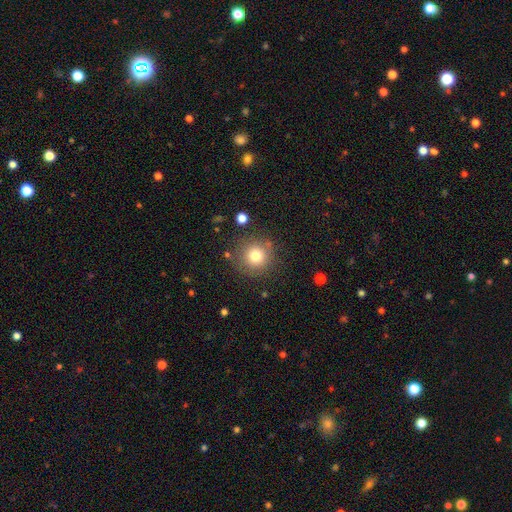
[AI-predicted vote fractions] Smooth or featured: smooth — 77% (star or artifact — 12%)
How rounded: round — 94% (in between — 5%)
Merging: none — 82% (minor disturbance — 10%)